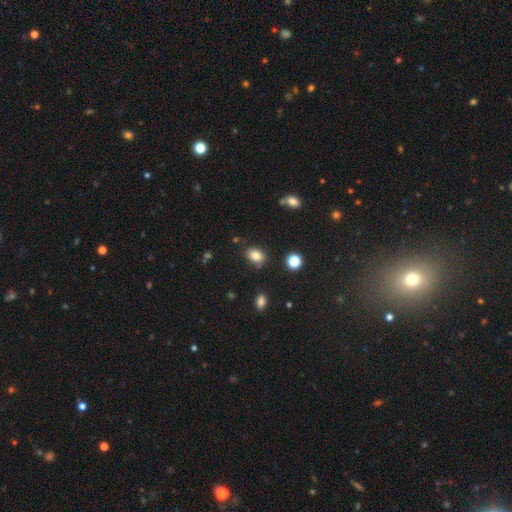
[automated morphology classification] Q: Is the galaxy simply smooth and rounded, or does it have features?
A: smooth — 82%.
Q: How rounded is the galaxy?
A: in between — 70%.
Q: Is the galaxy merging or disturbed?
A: none — 78%.